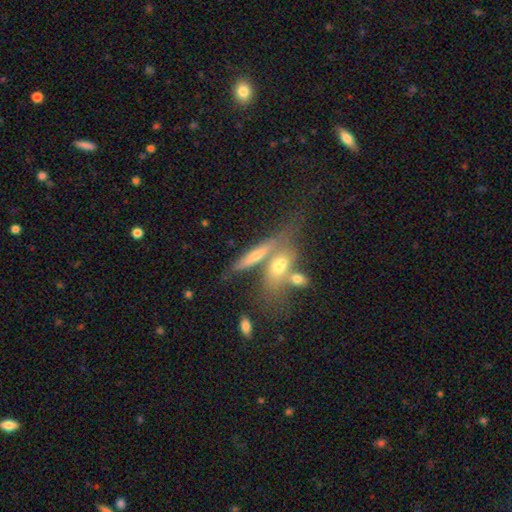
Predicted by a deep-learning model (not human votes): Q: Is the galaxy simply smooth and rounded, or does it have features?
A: smooth — 51%.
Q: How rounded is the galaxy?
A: cigar-shaped — 61%.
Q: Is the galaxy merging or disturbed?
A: none — 42%.